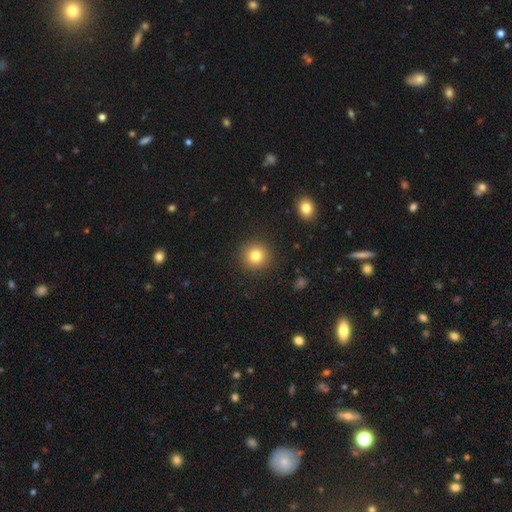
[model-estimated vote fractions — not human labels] Overall: smooth (80%). How rounded: round (94%). Merging: none (91%).